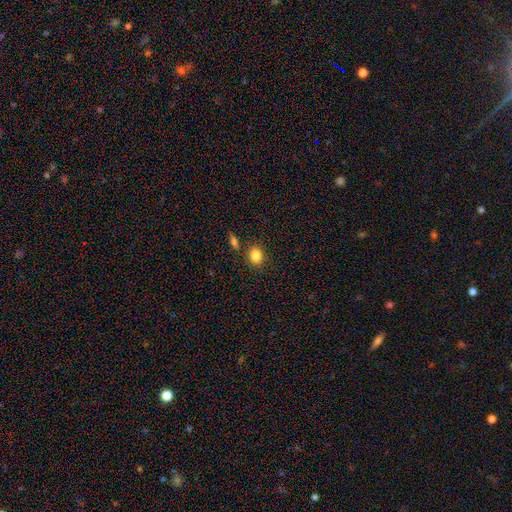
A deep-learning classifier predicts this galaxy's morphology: Smooth or featured?
  - smooth: 84% *
  - star or artifact: 10%
  - featured or disk: 6%
How rounded?
  - round: 68% *
  - in between: 30%
  - cigar-shaped: 1%
Merging?
  - none: 81% *
  - minor disturbance: 9%
  - merger: 7%
  - major disturbance: 3%